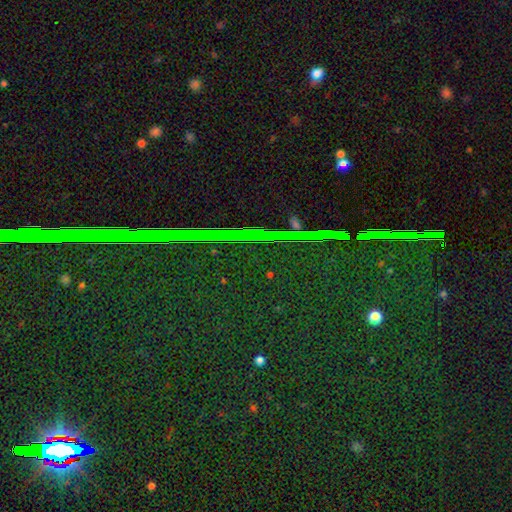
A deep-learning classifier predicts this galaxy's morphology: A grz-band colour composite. It shows a star or artifact, not a galaxy (85%).